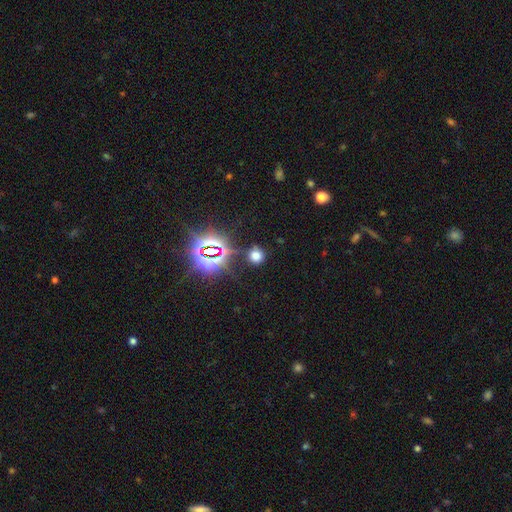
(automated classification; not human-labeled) Q: Smooth or featured?
A: smooth (61%); runner-up: star or artifact (32%)
Q: How rounded?
A: round (88%); runner-up: in between (11%)
Q: Merging?
A: none (81%); runner-up: minor disturbance (10%)